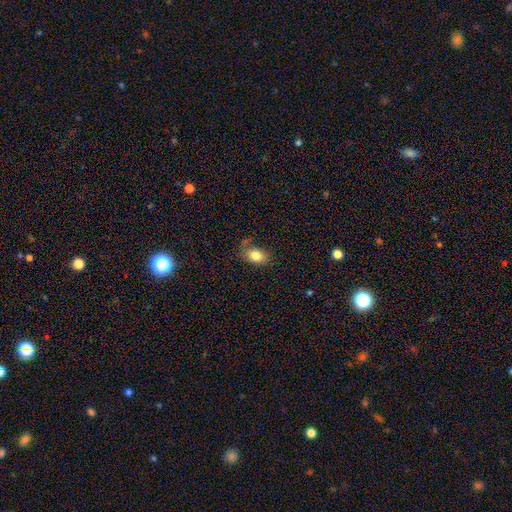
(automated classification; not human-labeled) smooth 81%, featured or disk 10%, star or artifact 9%. Down the decision tree: how rounded — in between (80%); merging — none (69%).